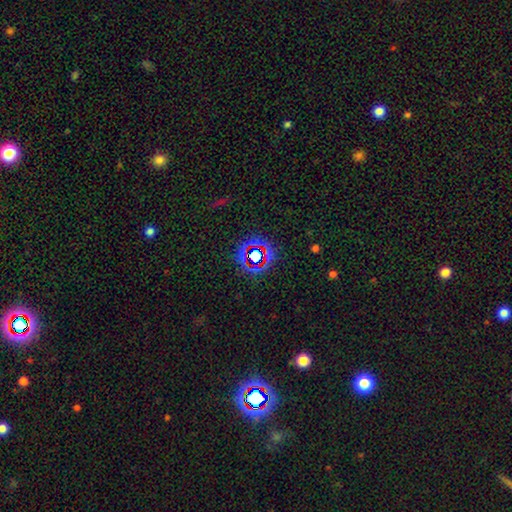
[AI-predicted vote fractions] Overall: star or artifact (70%).